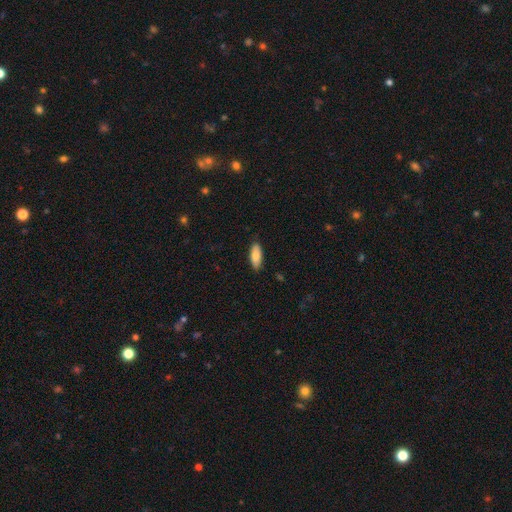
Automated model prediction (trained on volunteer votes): Smooth or featured?
  - smooth: 81% *
  - featured or disk: 13%
  - star or artifact: 6%
How rounded?
  - in between: 77% *
  - cigar-shaped: 21%
  - round: 2%
Merging?
  - none: 86% *
  - minor disturbance: 11%
  - major disturbance: 2%
  - merger: 1%